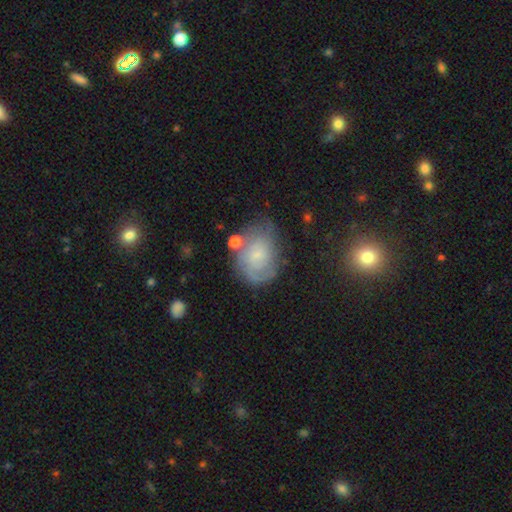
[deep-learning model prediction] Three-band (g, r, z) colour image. It shows a featured or disk galaxy (57%) with no bar (68%), spiral arms (83%) and a small central bulge (63%). Merging: none (58%).